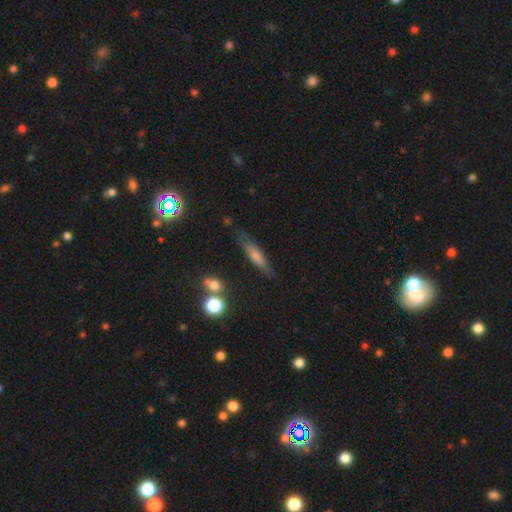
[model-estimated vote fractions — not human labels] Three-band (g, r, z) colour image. It shows a smooth galaxy with no disk features (57%) that is cigar-shaped (84%). Merging: none (79%).